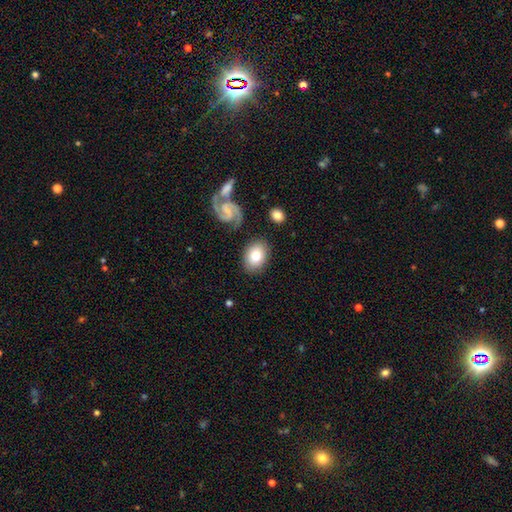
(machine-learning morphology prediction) type=smooth (71%); roundness=in between (65%); merging=none (80%).